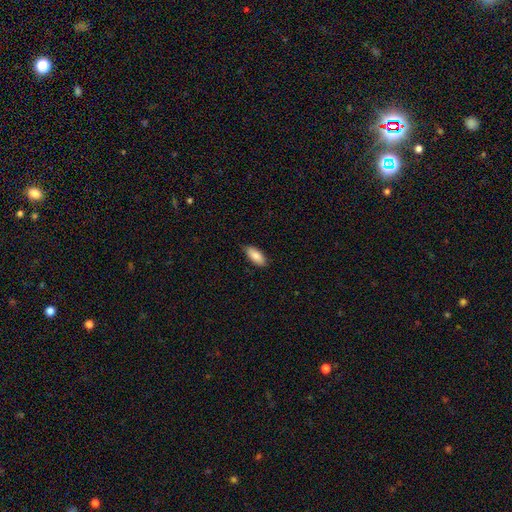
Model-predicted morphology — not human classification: smooth 85%, featured or disk 9%, star or artifact 6%. Down the decision tree: how rounded — in between (87%); merging — none (81%).